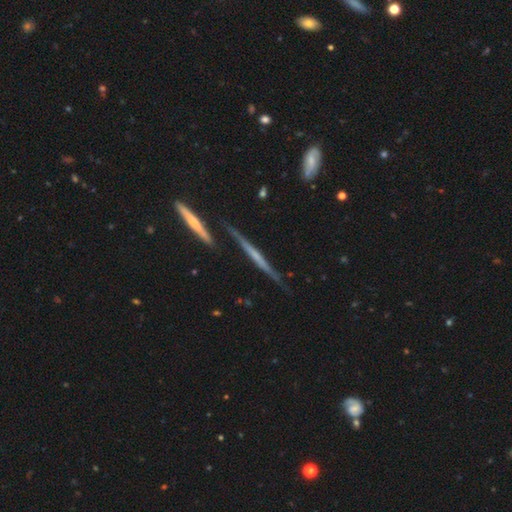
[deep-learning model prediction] The model was most divided on "edge-on bulge": none: 64%, rounded: 24%, boxy: 12%. More confident: edge-on disk — yes (96%); merging — none (76%); smooth or featured — featured or disk (69%).